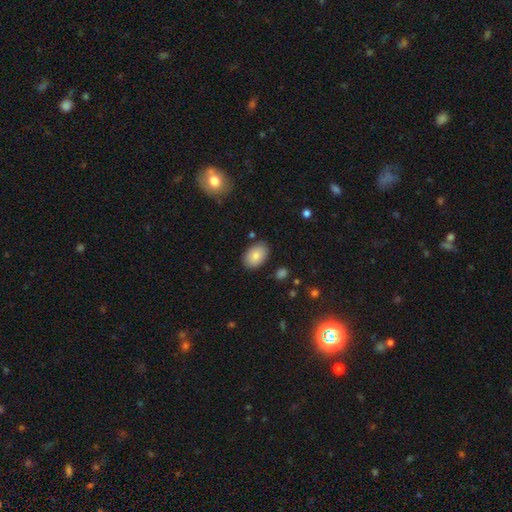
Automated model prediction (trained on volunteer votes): This is clearly a smooth galaxy (84%). How rounded: clearly in between (89%). Merging: clearly none (83%).